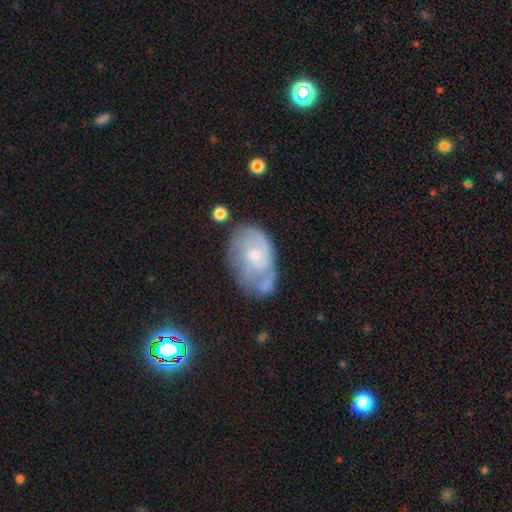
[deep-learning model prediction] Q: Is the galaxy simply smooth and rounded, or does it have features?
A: featured or disk — 64%.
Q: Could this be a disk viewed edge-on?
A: no — 96%.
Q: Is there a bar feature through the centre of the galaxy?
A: no — 70%.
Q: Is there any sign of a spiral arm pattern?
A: yes — 74%.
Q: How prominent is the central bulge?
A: small — 52%.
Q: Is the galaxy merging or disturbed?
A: none — 48%.